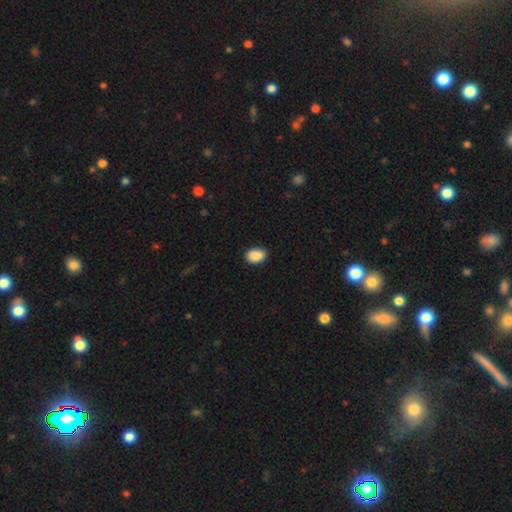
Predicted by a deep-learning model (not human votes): Smooth or featured: smooth — 90% (star or artifact — 7%)
How rounded: in between — 84% (round — 15%)
Merging: none — 86% (minor disturbance — 11%)